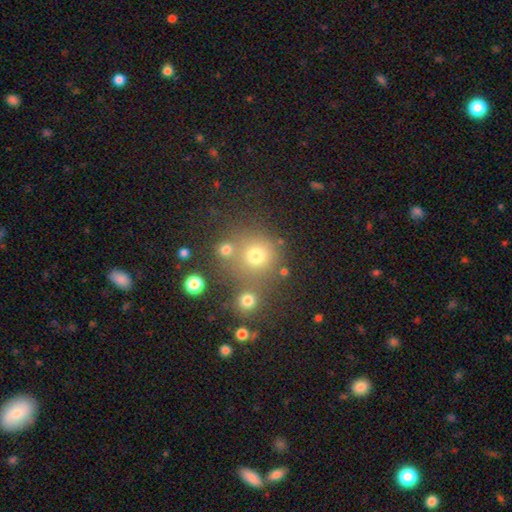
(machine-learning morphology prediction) A smooth galaxy with no disk features (72%) that is round (91%). Merging: none (66%).